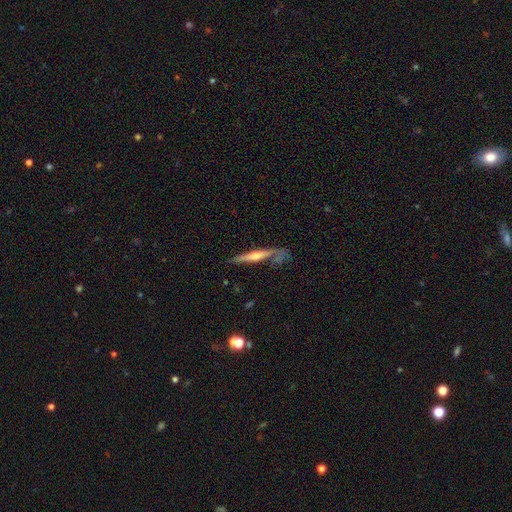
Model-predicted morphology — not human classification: This appears to be a featured or disk galaxy (64%) viewed edge-on (91%) with a rounded central bulge (68%). Merging: none (60%).